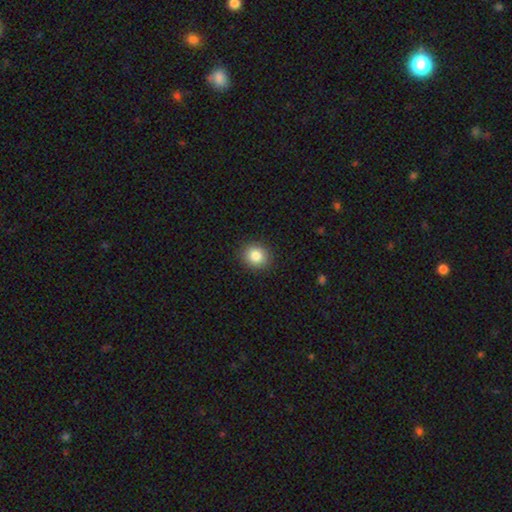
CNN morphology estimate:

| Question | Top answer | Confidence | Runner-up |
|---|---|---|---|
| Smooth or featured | smooth | 84% | star or artifact (10%) |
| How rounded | round | 77% | in between (22%) |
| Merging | none | 91% | minor disturbance (6%) |